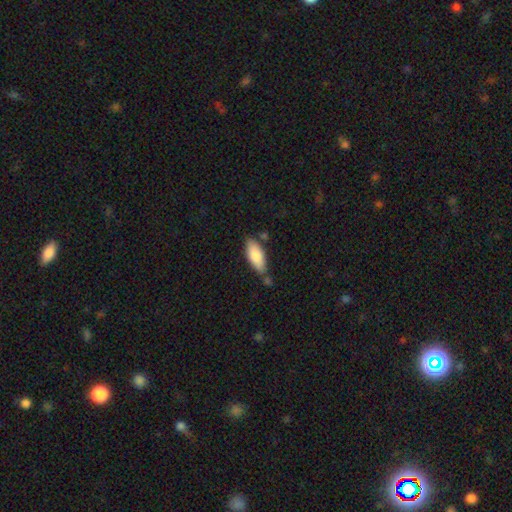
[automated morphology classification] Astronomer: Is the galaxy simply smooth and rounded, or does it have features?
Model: smooth — 82%.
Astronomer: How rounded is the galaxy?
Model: in between — 79%.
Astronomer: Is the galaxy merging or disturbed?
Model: none — 68%.